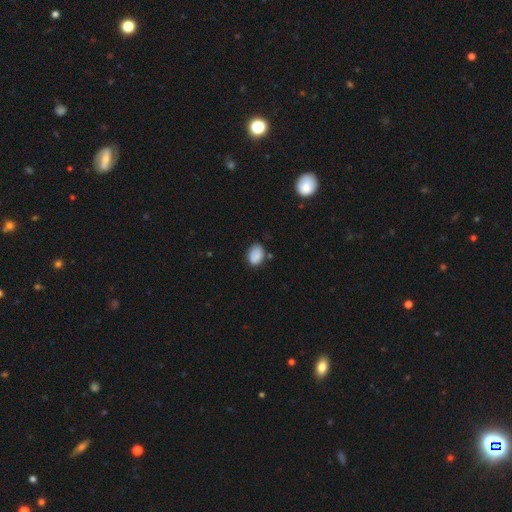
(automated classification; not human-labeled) Morphology: type=smooth (85%); roundness=in between (77%); merging=none (69%).